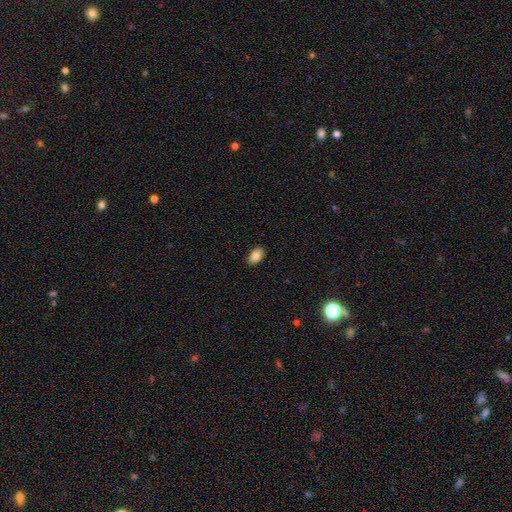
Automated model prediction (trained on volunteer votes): Morphology: type=smooth (86%); roundness=in between (92%); merging=none (89%).